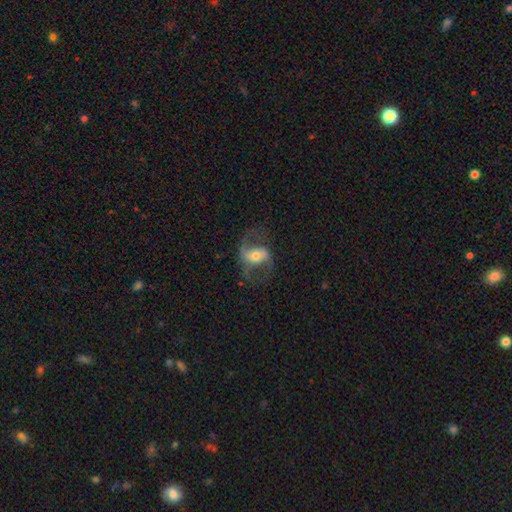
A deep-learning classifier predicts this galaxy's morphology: Overall: featured or disk (75%). Edge-on disk: no (95%). Bar: weak (36%; strong 35%). Spiral arms: yes (84%). Spiral arm count: 2 (88%). Spiral winding: medium (45%, tied with loose). Bulge size: moderate (58%; small 31%). Merging: none (64%).